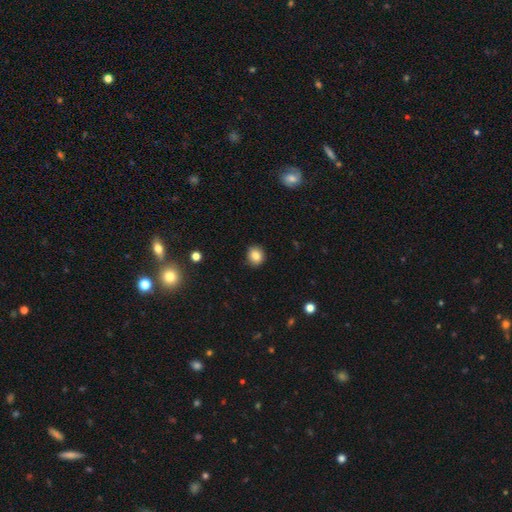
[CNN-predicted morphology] Smooth or featured?
  - smooth: 85% *
  - star or artifact: 10%
  - featured or disk: 5%
How rounded?
  - round: 78% *
  - in between: 21%
  - cigar-shaped: 1%
Merging?
  - none: 87% *
  - minor disturbance: 10%
  - major disturbance: 2%
  - merger: 1%